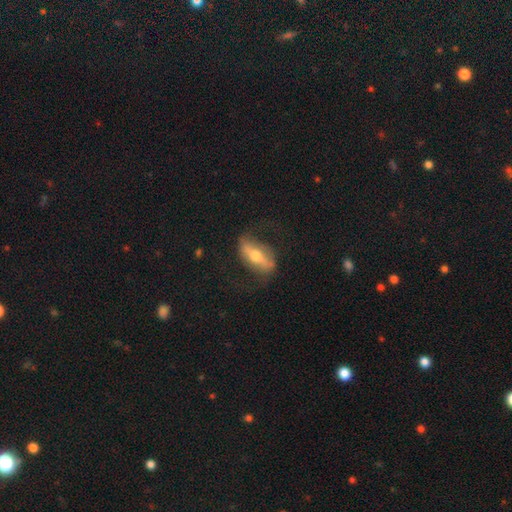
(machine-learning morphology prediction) A featured or disk galaxy (63%). Merging: none (69%).